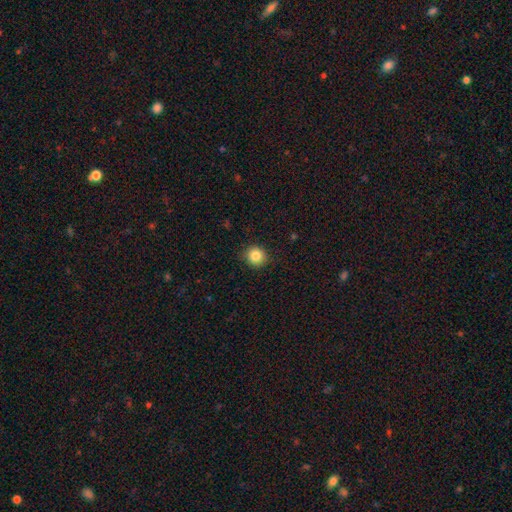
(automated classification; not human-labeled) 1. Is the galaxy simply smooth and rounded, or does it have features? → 84% smooth, 10% star or artifact, 6% featured or disk.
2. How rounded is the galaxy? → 88% round, 11% in between, 1% cigar-shaped.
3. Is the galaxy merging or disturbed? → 89% none, 8% minor disturbance, 2% major disturbance, 1% merger.